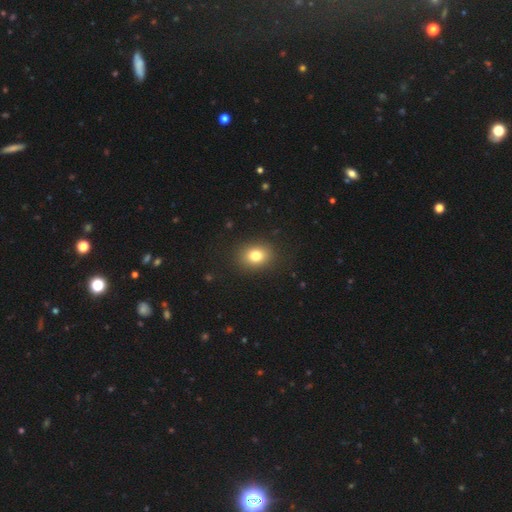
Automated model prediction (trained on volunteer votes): smooth 79%, star or artifact 12%, featured or disk 9%. Down the decision tree: how rounded — in between (51%); merging — none (88%).